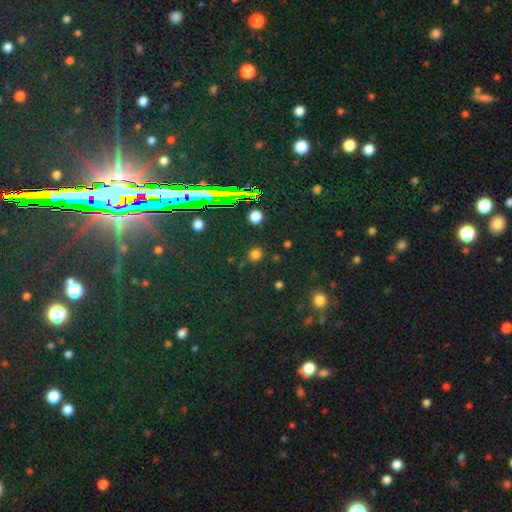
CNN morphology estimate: smooth_or_featured: star or artifact (p=0.72) [alt: smooth p=0.19]